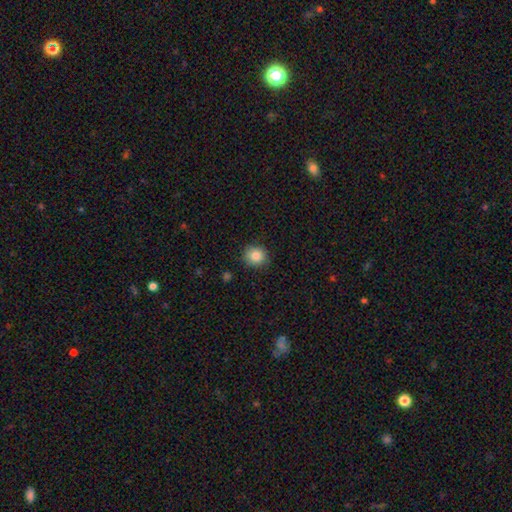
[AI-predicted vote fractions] Q: Smooth or featured?
A: smooth (85%); runner-up: star or artifact (9%)
Q: How rounded?
A: round (85%); runner-up: in between (14%)
Q: Merging?
A: none (88%); runner-up: minor disturbance (8%)